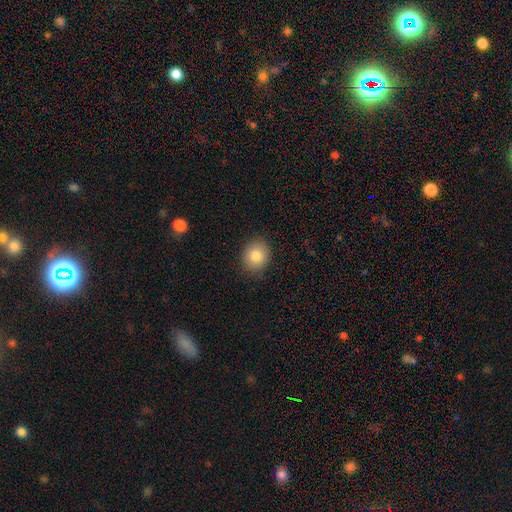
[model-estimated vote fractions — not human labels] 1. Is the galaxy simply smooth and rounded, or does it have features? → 84% smooth, 9% star or artifact, 8% featured or disk.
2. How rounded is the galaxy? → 58% round, 41% in between, 1% cigar-shaped.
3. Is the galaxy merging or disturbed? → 87% none, 10% minor disturbance, 2% major disturbance, 1% merger.